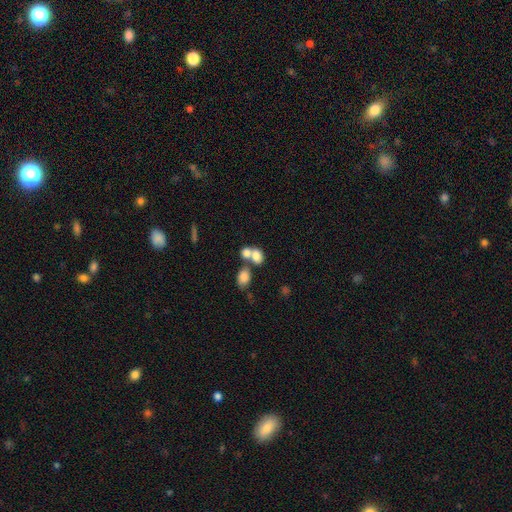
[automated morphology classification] smooth-or-featured: smooth: 76% | featured or disk: 14% | star or artifact: 10%
  how-rounded: in between: 65% | round: 33% | cigar-shaped: 2%
  merging: merger: 62% | none: 26% | minor disturbance: 7% | major disturbance: 5%